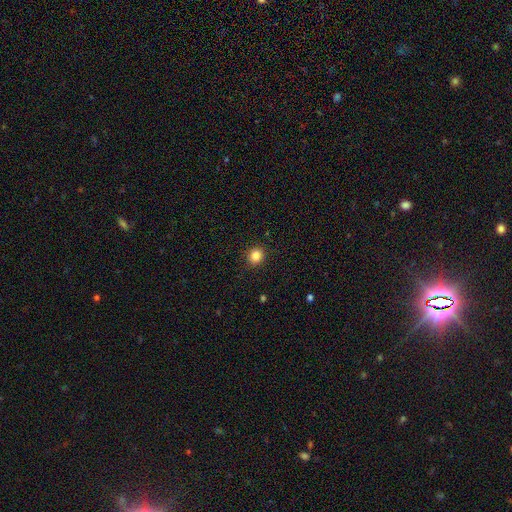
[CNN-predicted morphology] Overall: smooth (84%). How rounded: round (85%). Merging: none (90%).